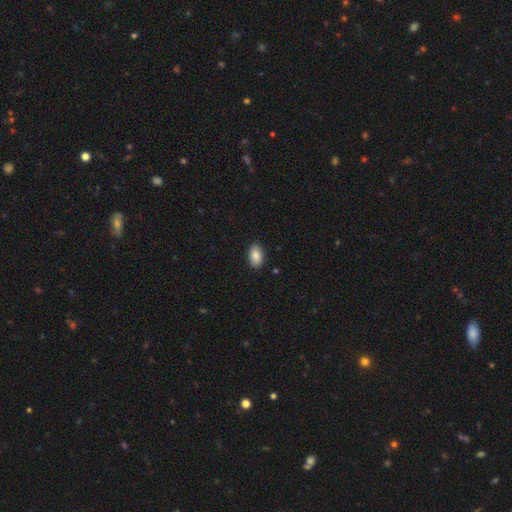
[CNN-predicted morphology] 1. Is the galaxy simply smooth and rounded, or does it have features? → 89% smooth, 7% star or artifact, 5% featured or disk.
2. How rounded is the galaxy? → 94% in between, 5% round, 2% cigar-shaped.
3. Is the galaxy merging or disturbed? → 90% none, 7% minor disturbance, 2% major disturbance, 1% merger.